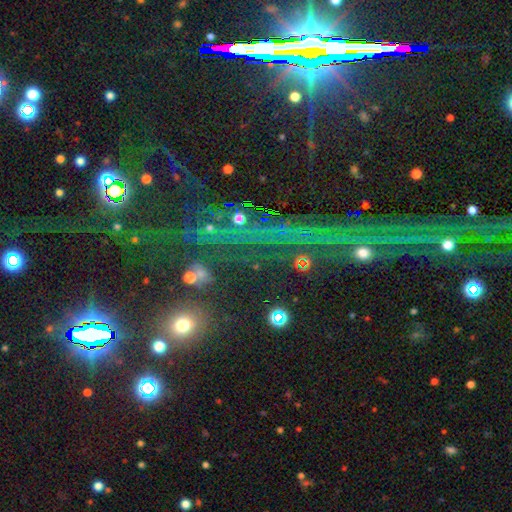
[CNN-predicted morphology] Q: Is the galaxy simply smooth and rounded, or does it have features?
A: star or artifact — 76%.